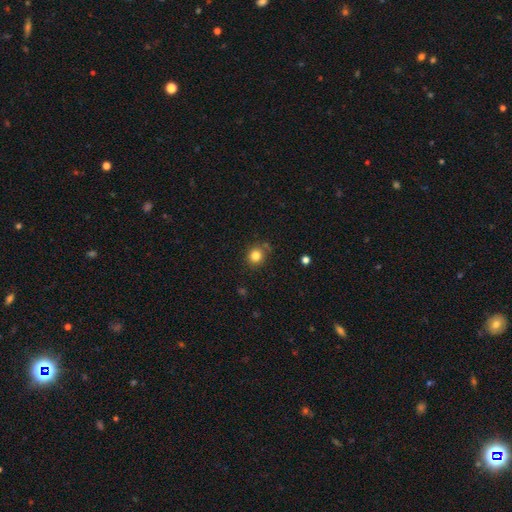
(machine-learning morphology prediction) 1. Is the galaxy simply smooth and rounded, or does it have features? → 82% smooth, 12% star or artifact, 6% featured or disk.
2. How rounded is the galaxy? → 87% round, 12% in between, 1% cigar-shaped.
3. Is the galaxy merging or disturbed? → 80% none, 12% minor disturbance, 4% merger, 3% major disturbance.